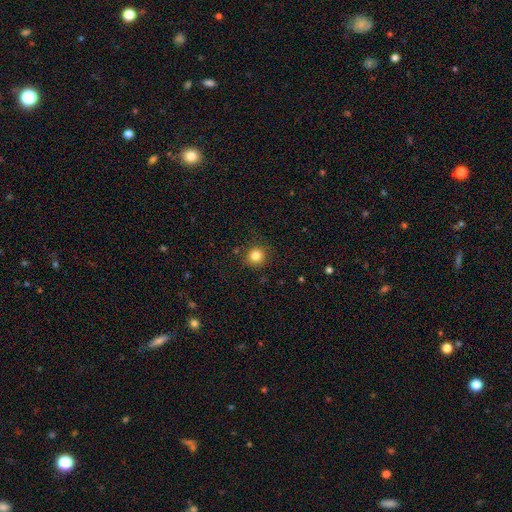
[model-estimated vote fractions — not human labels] Overall: smooth (83%). How rounded: round (93%). Merging: none (89%).